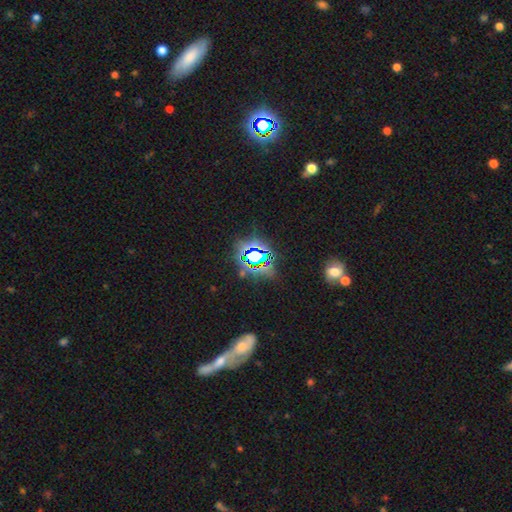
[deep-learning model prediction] Smooth or featured: star or artifact — 71% (smooth — 18%)